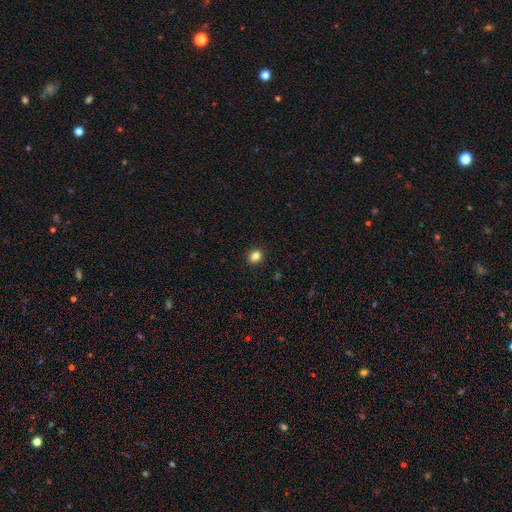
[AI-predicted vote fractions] smooth_or_featured: smooth (p=0.84) [alt: star or artifact p=0.11]
how_rounded: round (p=0.73) [alt: in between p=0.26]
merging: none (p=0.90) [alt: minor disturbance p=0.07]